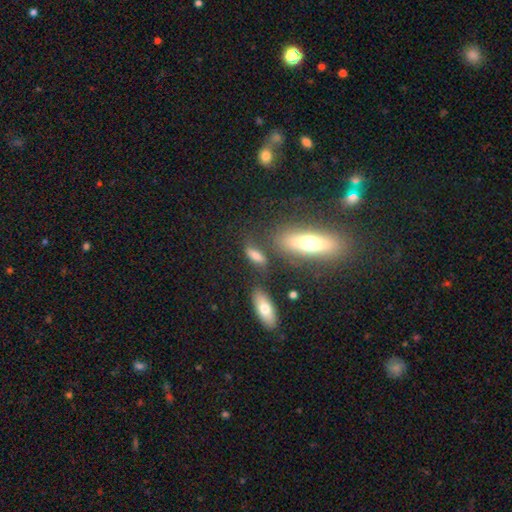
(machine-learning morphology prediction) smooth-or-featured: smooth: 66% | featured or disk: 20% | star or artifact: 14%
  how-rounded: in between: 66% | cigar-shaped: 27% | round: 7%
  merging: none: 60% | minor disturbance: 18% | merger: 12% | major disturbance: 10%